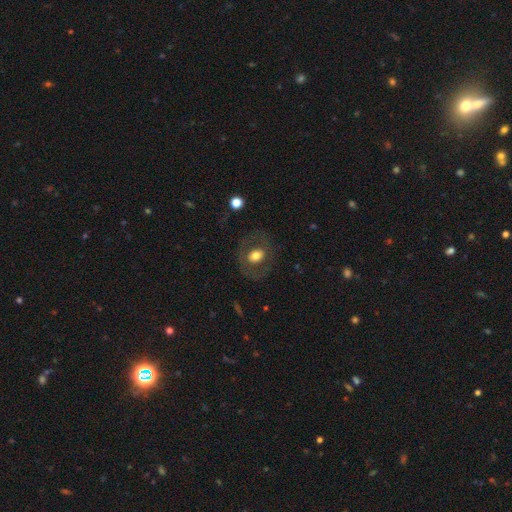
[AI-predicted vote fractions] The model was most divided on "how rounded": round: 51%, in between: 48%, cigar-shaped: 1%. More confident: merging — none (76%); smooth or featured — smooth (57%).